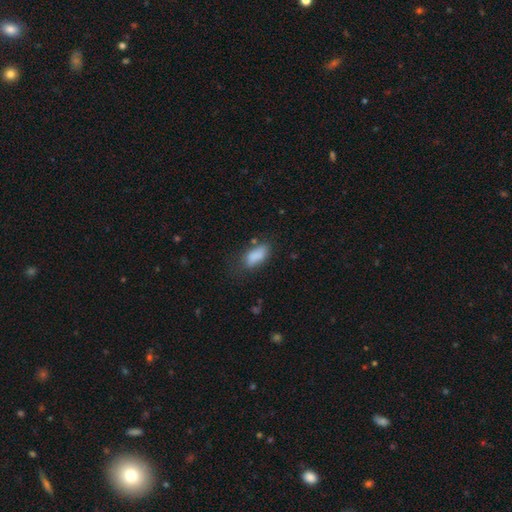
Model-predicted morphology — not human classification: The model was most divided on "merging": none: 59%, minor disturbance: 26%, major disturbance: 11%, merger: 4%. More confident: how rounded — in between (85%); smooth or featured — smooth (84%).